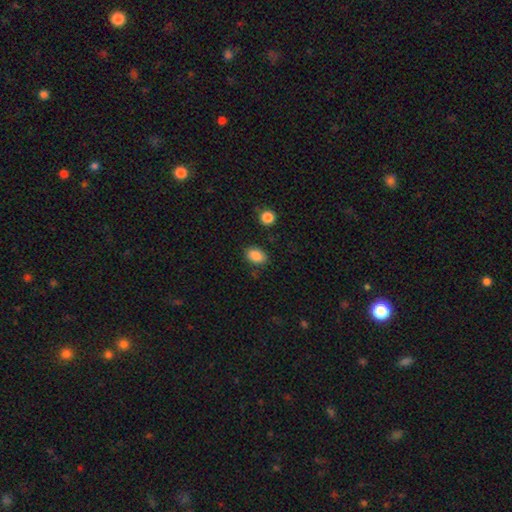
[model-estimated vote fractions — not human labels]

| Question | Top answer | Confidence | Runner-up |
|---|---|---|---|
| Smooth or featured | smooth | 87% | star or artifact (9%) |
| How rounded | in between | 79% | round (20%) |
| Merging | none | 83% | minor disturbance (11%) |